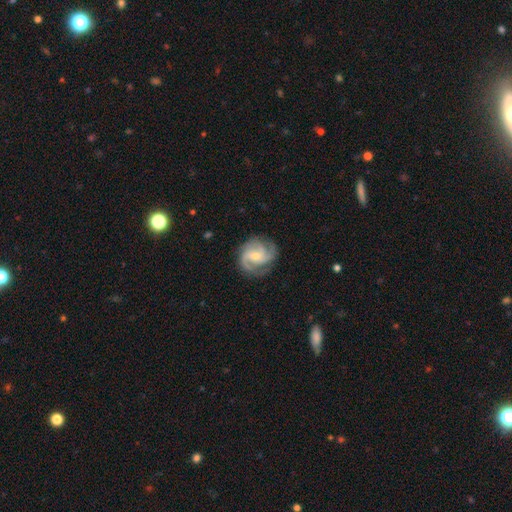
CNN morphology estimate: A featured or disk galaxy (85%) with no bar (48%), 3 (56%) medium (51%) spiral arms (97%) and a small central bulge (52%).

Vote fractions:
- Smooth or featured? featured or disk: 85% / smooth: 9% / star or artifact: 5%
- Edge-on disk? no: 98% / yes: 2%
- Bar? no: 48% / weak: 42% / strong: 10%
- Spiral arms? yes: 97% / no: 3%
- Spiral winding? medium: 51% / tight: 32% / loose: 16%
- Spiral arm count? 3: 56% / 2: 20% / can't tell: 9% / 4: 7% / 1: 4% / more than 4: 4%
- Bulge size? small: 52% / moderate: 43% / none: 2% / large: 2% / dominant: 1%
- Merging? none: 75% / minor disturbance: 17% / major disturbance: 7% / merger: 1%